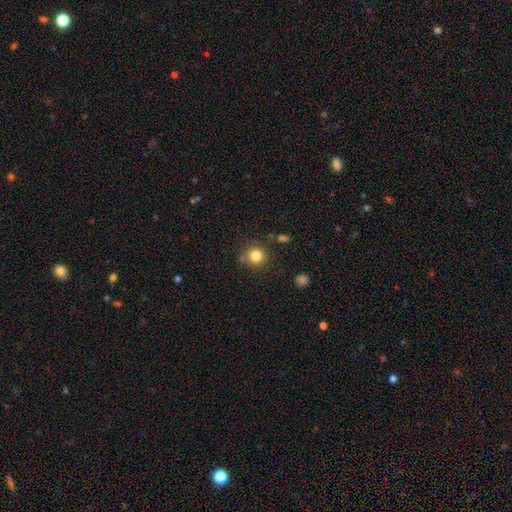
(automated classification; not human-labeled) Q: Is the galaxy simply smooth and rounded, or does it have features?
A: smooth — 82%.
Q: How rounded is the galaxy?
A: round — 92%.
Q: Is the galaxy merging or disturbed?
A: none — 79%.